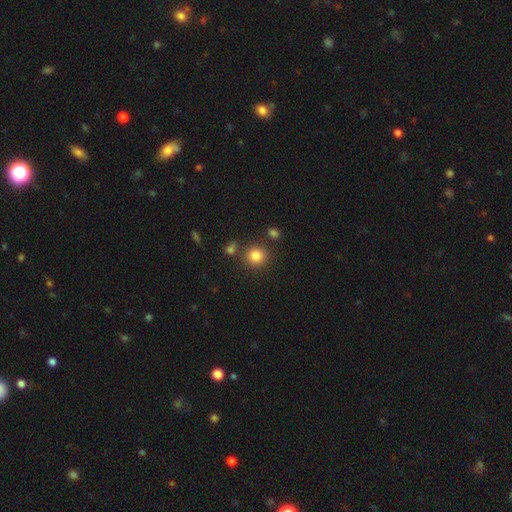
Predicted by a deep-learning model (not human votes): smooth_or_featured: smooth (p=0.82) [alt: star or artifact p=0.12]
how_rounded: round (p=0.90) [alt: in between p=0.09]
merging: none (p=0.81) [alt: minor disturbance p=0.08]